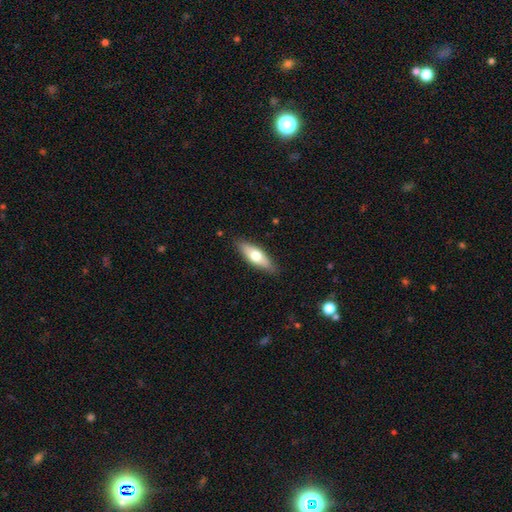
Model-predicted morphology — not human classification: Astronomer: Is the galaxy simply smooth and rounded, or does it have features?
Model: smooth — 60%.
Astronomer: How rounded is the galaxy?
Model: in between — 57% (runner-up: cigar-shaped, 41%).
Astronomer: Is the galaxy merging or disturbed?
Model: none — 86%.